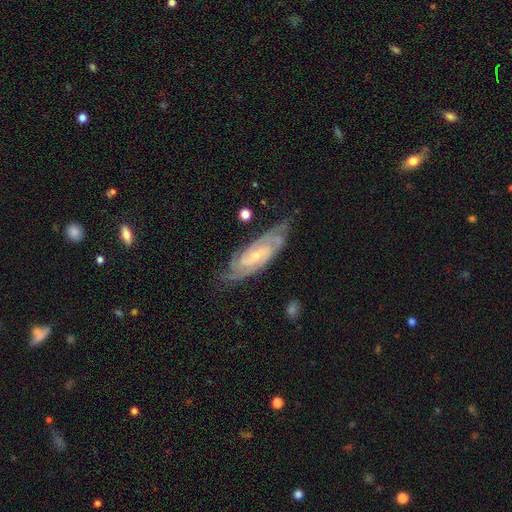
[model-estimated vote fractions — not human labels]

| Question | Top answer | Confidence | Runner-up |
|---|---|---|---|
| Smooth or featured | featured or disk | 86% | smooth (9%) |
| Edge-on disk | no | 91% | yes (9%) |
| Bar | no | 45% | weak (41%) |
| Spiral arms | yes | 97% | no (3%) |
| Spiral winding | tight | 61% | medium (33%) |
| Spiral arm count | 2 | 42% | can't tell (21%) |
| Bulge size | small | 72% | moderate (21%) |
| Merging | none | 73% | minor disturbance (20%) |